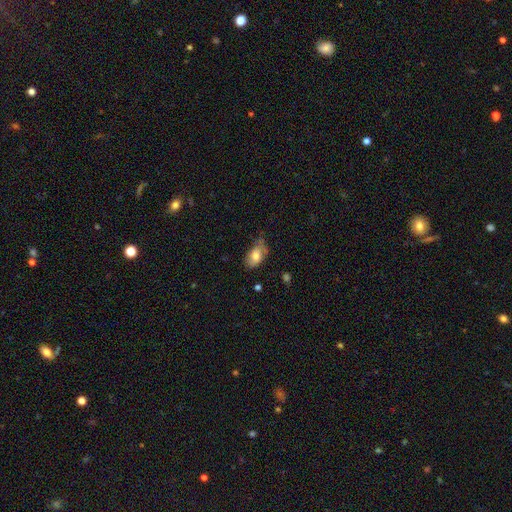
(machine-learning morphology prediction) smooth_or_featured: smooth (p=0.71) [alt: featured or disk p=0.22]
how_rounded: in between (p=0.91) [alt: round p=0.06]
merging: none (p=0.46) [alt: minor disturbance p=0.39]